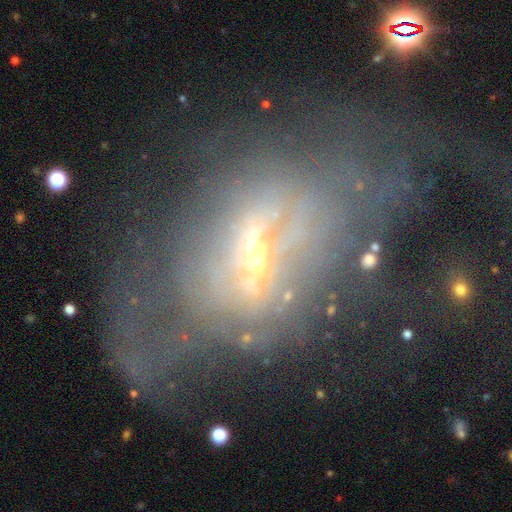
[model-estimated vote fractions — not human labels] Smooth or featured? Predicted: featured or disk (p=0.75). Edge-on disk? Predicted: no (p=0.79). Bar? Predicted: strong (p=0.51). Spiral arms? Predicted: no (p=0.54). Bulge size? Predicted: moderate (p=0.52). Merging? Predicted: none (p=0.46).